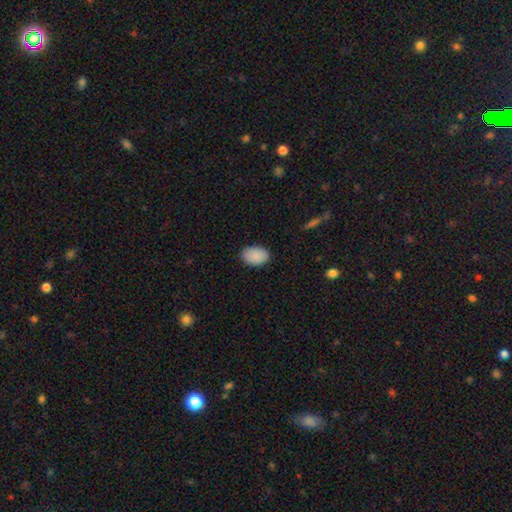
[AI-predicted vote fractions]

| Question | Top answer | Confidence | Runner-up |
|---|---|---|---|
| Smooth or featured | smooth | 90% | star or artifact (7%) |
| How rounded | in between | 89% | round (10%) |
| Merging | none | 86% | minor disturbance (11%) |